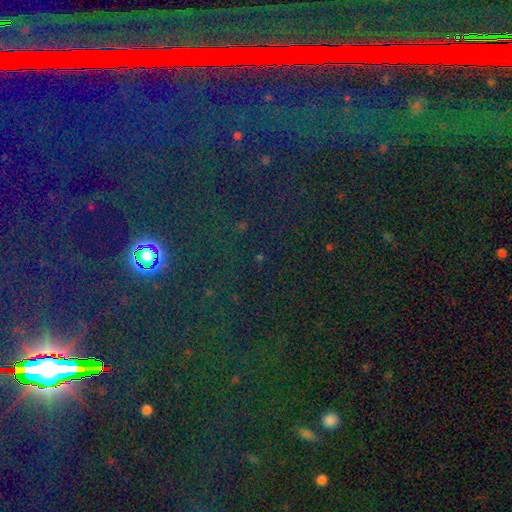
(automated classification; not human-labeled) A star or artifact, not a galaxy (82%).

Vote fractions:
- Smooth or featured? star or artifact: 82% / smooth: 10% / featured or disk: 8%